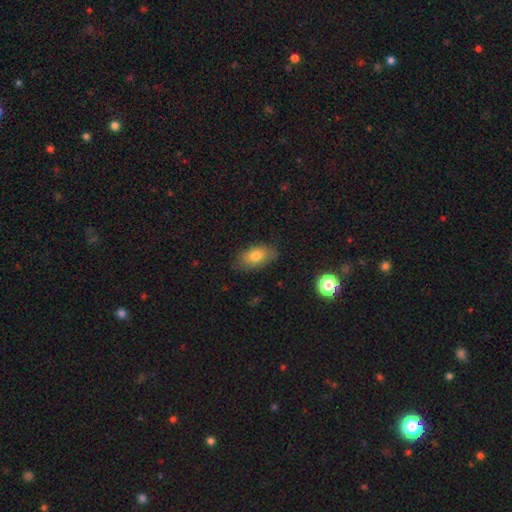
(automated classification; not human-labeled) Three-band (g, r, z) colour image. It shows a smooth galaxy with no disk features (78%) that is in between round and cigar-shaped (91%). Merging: none (80%).